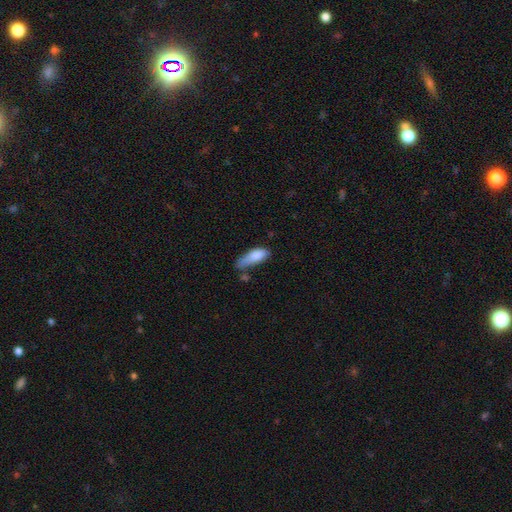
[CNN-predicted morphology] smooth_or_featured: smooth (p=0.82) [alt: featured or disk p=0.11]
how_rounded: in between (p=0.67) [alt: cigar-shaped p=0.31]
merging: minor disturbance (p=0.40) [alt: none p=0.33]